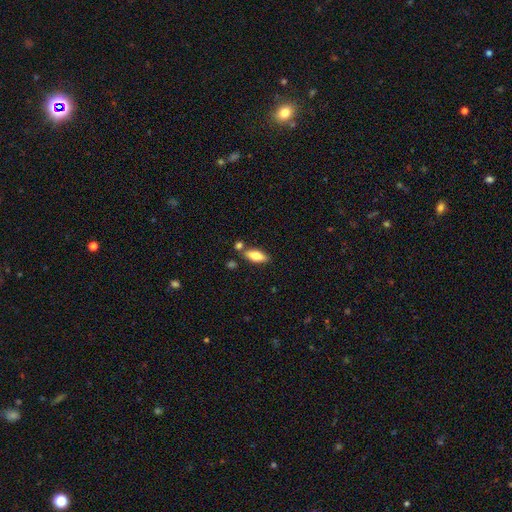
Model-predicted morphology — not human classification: smooth 73%, featured or disk 20%, star or artifact 7%. Down the decision tree: how rounded — in between (75%); merging — none (74%).